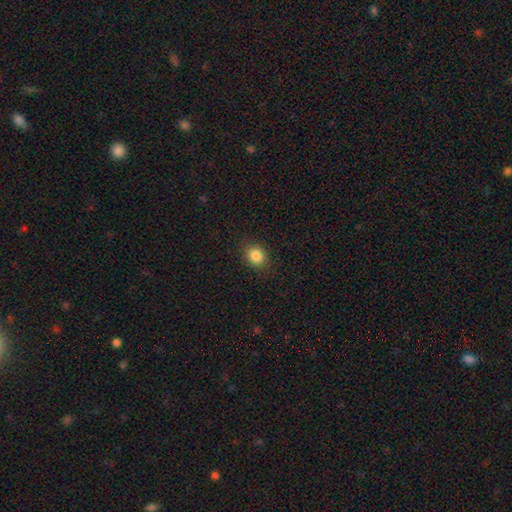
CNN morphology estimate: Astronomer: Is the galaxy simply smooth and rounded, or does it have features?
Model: smooth — 85%.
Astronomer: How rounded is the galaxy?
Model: round — 64%.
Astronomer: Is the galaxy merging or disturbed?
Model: none — 88%.